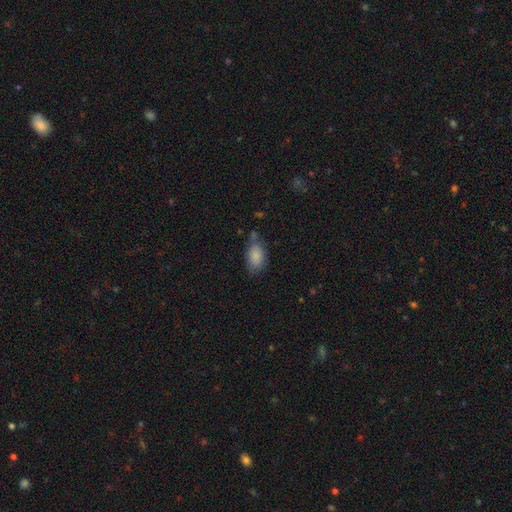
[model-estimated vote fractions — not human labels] smooth_or_featured: smooth (p=0.85) [alt: featured or disk p=0.08]
how_rounded: in between (p=0.89) [alt: round p=0.09]
merging: none (p=0.60) [alt: minor disturbance p=0.25]